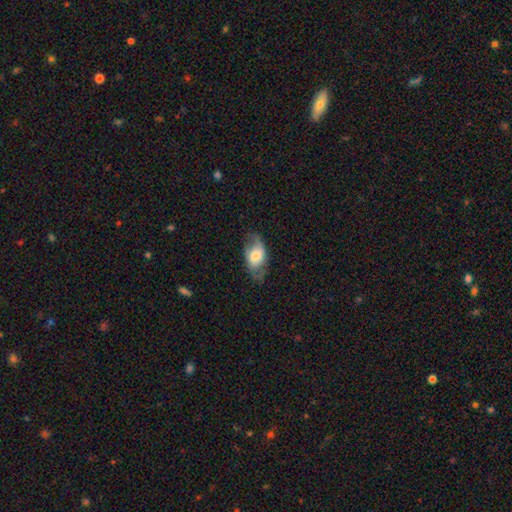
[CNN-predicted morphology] Q: Smooth or featured?
A: smooth (56%); runner-up: featured or disk (37%)
Q: How rounded?
A: in between (88%); runner-up: round (9%)
Q: Merging?
A: none (63%); runner-up: minor disturbance (23%)